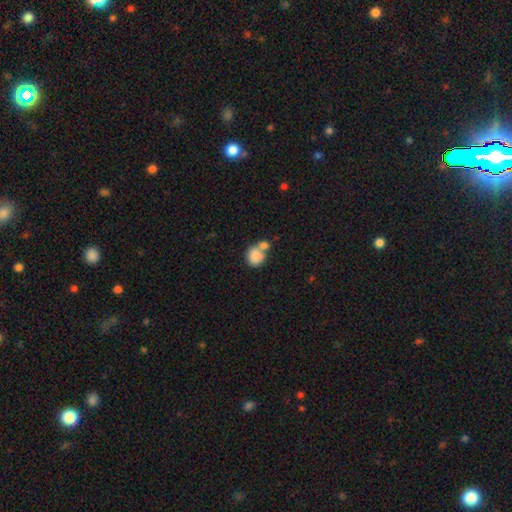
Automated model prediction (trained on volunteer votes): Smooth or featured: smooth — 82% (featured or disk — 10%)
How rounded: round — 71% (in between — 28%)
Merging: merger — 51% (none — 34%)